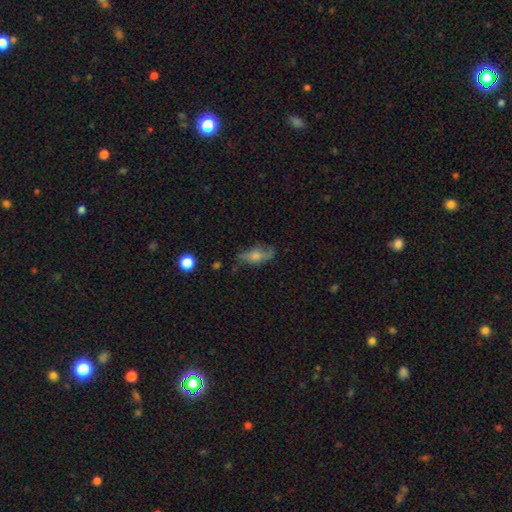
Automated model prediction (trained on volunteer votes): Smooth or featured? Predicted: featured or disk (p=0.49). Merging? Predicted: none (p=0.68).